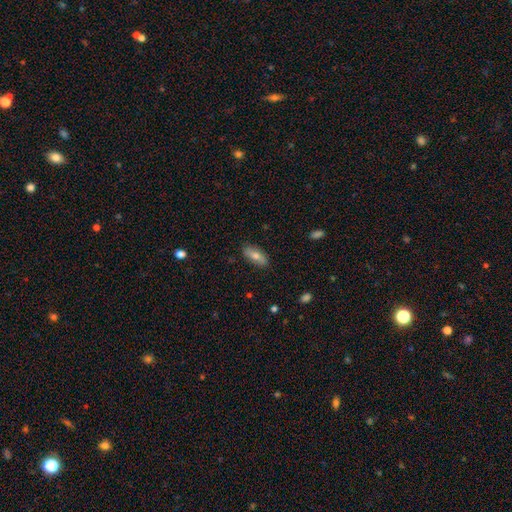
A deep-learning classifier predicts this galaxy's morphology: Smooth or featured? smooth (68%)
How rounded? in between (72%)
Merging? none (87%)